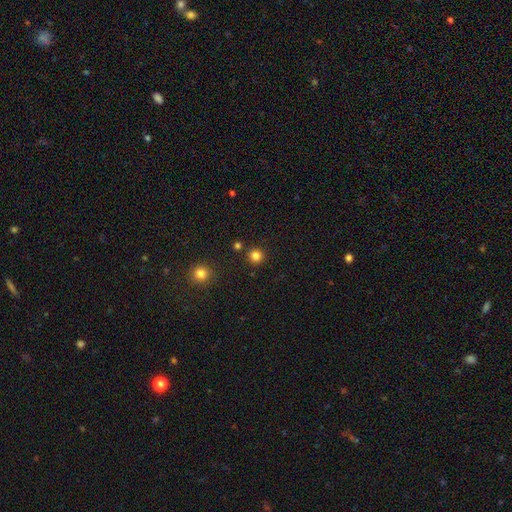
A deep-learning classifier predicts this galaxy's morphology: type=smooth (82%); roundness=round (94%); merging=none (89%).